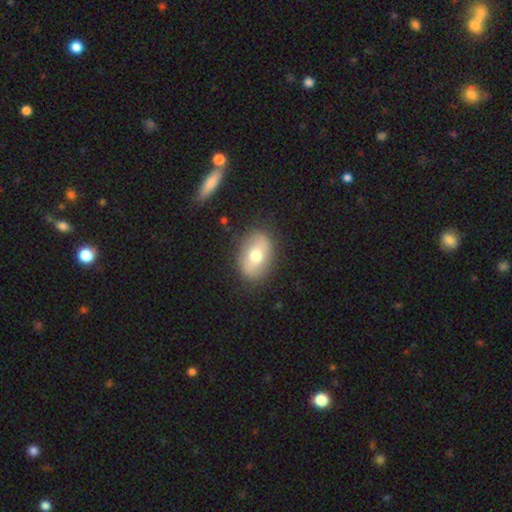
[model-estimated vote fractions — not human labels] This is likely a smooth galaxy (63%). How rounded: clearly in between (82%). Merging: clearly none (84%).